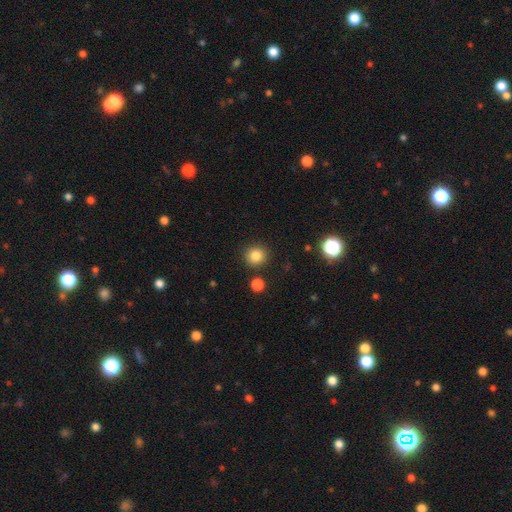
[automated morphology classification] smooth_or_featured: smooth (p=0.84) [alt: star or artifact p=0.12]
how_rounded: round (p=0.92) [alt: in between p=0.07]
merging: none (p=0.89) [alt: minor disturbance p=0.06]